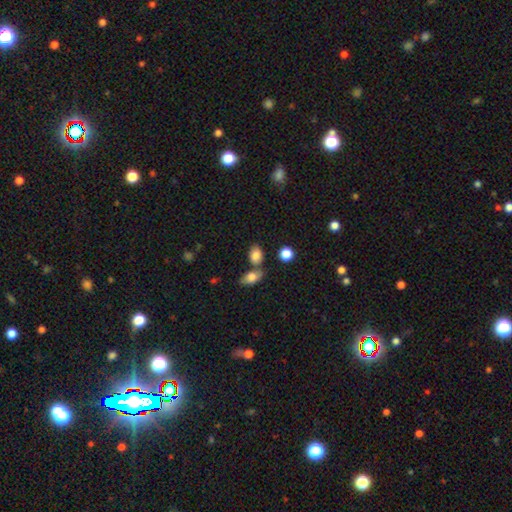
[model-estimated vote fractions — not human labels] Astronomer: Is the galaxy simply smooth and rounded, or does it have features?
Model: smooth — 84%.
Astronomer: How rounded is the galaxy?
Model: in between — 78%.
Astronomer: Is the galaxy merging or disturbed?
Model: none — 56%.